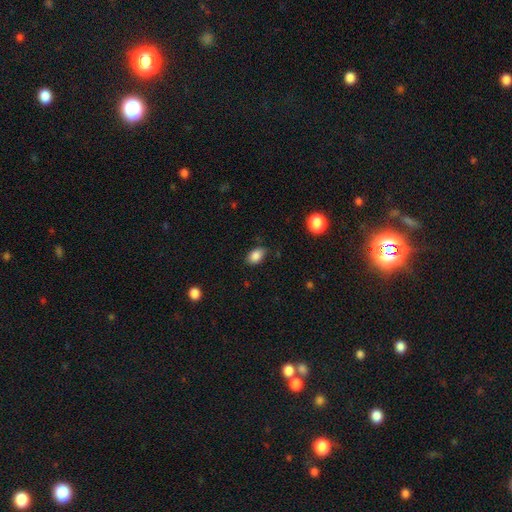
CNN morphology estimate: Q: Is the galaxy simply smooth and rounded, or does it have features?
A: smooth — 86%.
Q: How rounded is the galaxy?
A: in between — 86%.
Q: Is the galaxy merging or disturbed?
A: none — 79%.